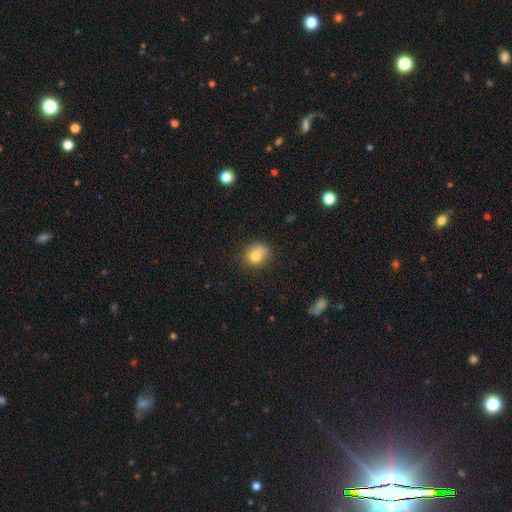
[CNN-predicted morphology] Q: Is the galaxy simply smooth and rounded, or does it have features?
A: smooth — 77%.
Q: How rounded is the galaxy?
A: round — 72%.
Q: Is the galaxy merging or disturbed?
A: none — 62%.